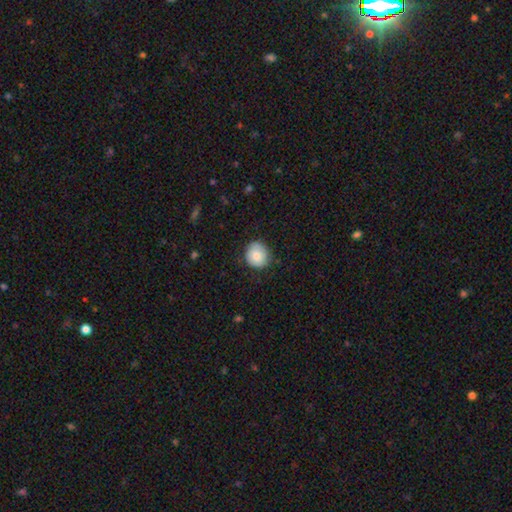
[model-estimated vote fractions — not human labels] smooth 80%, featured or disk 13%, star or artifact 7%. Down the decision tree: how rounded — round (86%); merging — none (77%).